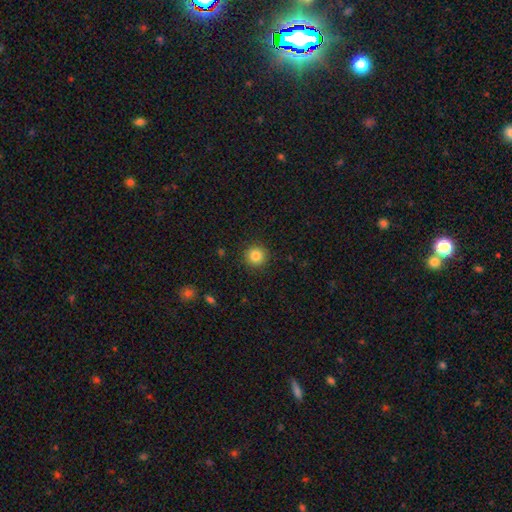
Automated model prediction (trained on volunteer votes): Smooth or featured: smooth — 84% (star or artifact — 11%)
How rounded: round — 95% (in between — 4%)
Merging: none — 91% (minor disturbance — 6%)